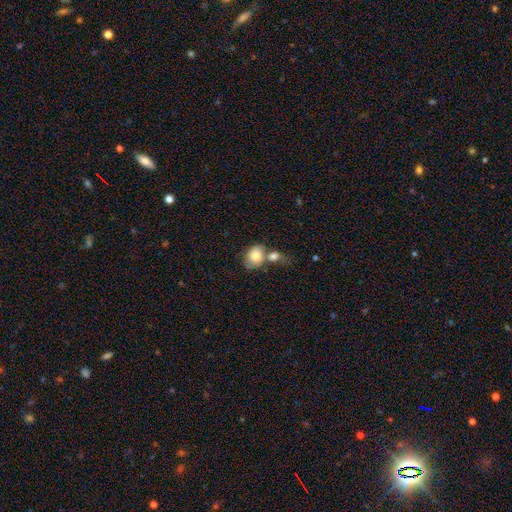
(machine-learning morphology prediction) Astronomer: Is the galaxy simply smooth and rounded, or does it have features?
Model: smooth — 80%.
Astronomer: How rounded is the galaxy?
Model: in between — 58% (runner-up: round, 41%).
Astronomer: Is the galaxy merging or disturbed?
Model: merger — 52% (runner-up: none, 28%).